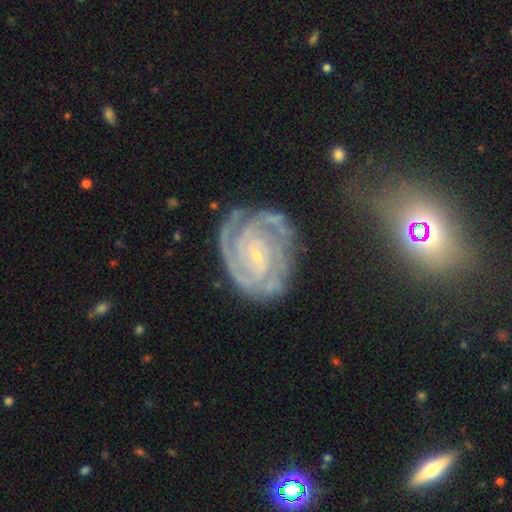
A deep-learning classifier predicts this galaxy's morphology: featured or disk 89%, star or artifact 6%, smooth 5%. Down the decision tree: edge-on disk — no (98%); bar — no (60%); spiral arms — yes (98%); spiral arm count — 3 (28%, tied with 2); spiral winding — tight (77%); bulge size — small (85%); merging — none (67%).